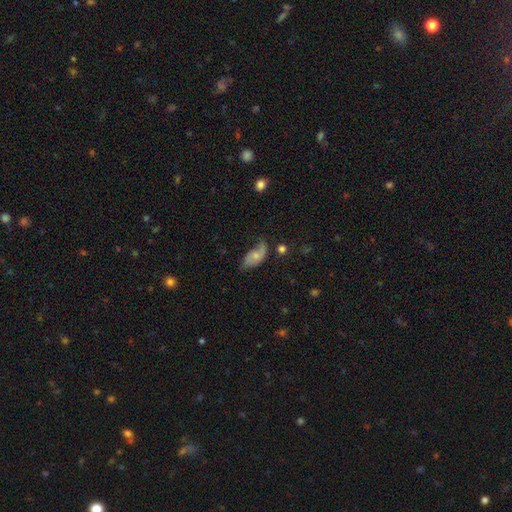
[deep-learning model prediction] A smooth galaxy with no disk features (50%). Merging: none (39%).